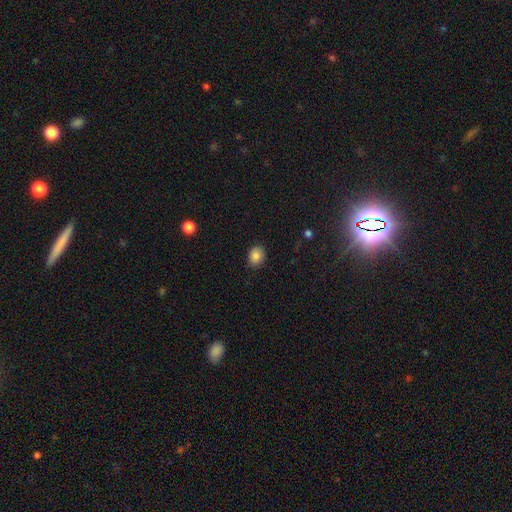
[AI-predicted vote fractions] smooth-or-featured: smooth: 84% | star or artifact: 10% | featured or disk: 6%
  how-rounded: round: 56% | in between: 44% | cigar-shaped: 1%
  merging: none: 86% | minor disturbance: 11% | major disturbance: 2% | merger: 1%